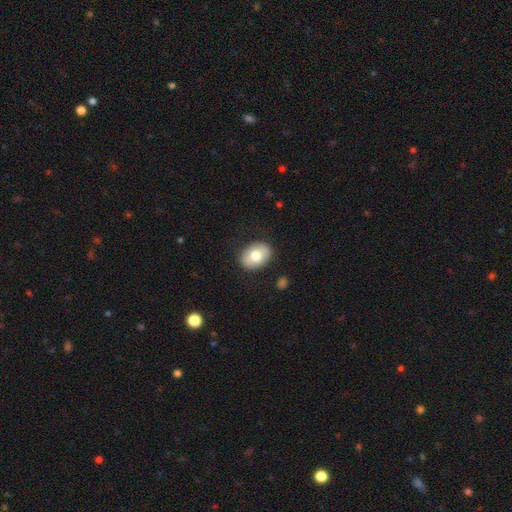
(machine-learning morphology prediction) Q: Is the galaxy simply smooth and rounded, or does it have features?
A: smooth — 73%.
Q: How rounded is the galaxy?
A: in between — 69%.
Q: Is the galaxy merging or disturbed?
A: none — 86%.